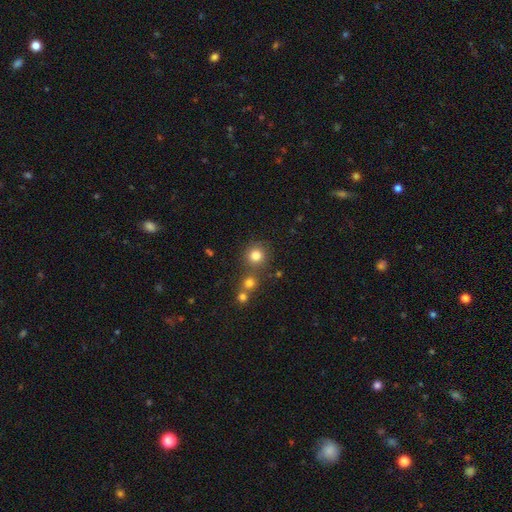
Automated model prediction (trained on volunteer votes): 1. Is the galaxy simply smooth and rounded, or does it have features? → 80% smooth, 13% star or artifact, 7% featured or disk.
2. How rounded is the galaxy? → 92% round, 7% in between, 1% cigar-shaped.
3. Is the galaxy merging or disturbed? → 72% none, 15% merger, 9% minor disturbance, 4% major disturbance.